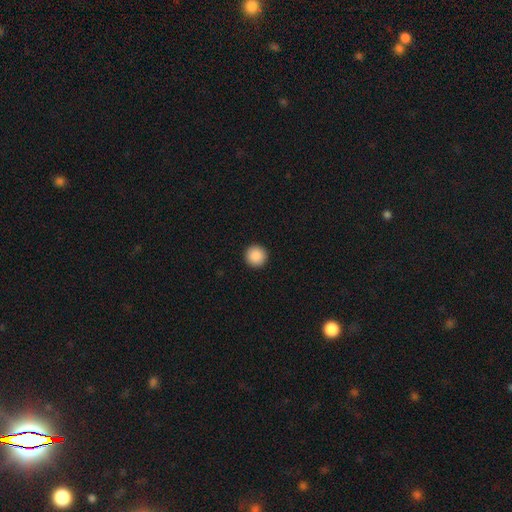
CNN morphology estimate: Smooth or featured? smooth (89%)
How rounded? round (96%)
Merging? none (94%)